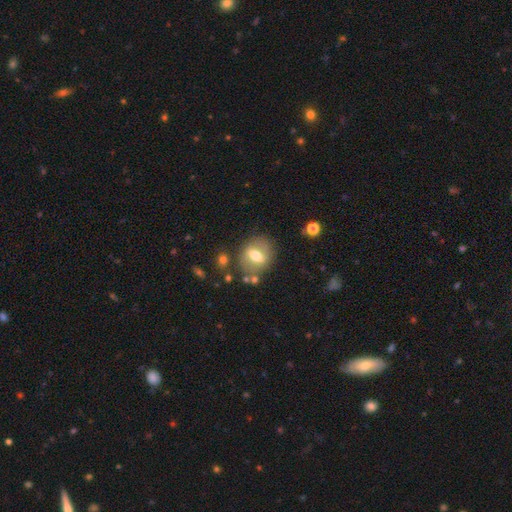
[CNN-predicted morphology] This appears to be a smooth galaxy with no disk features (52%) that is round (48%, tied with in between). Merging: none (76%).